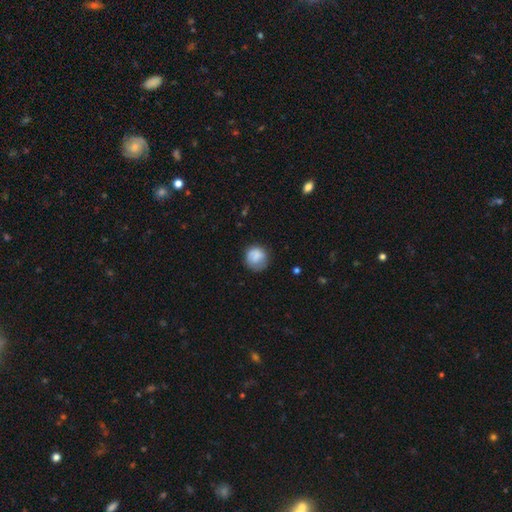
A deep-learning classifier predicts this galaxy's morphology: This appears to be a smooth galaxy with no disk features (78%) that is round (86%). Merging: none (67%).